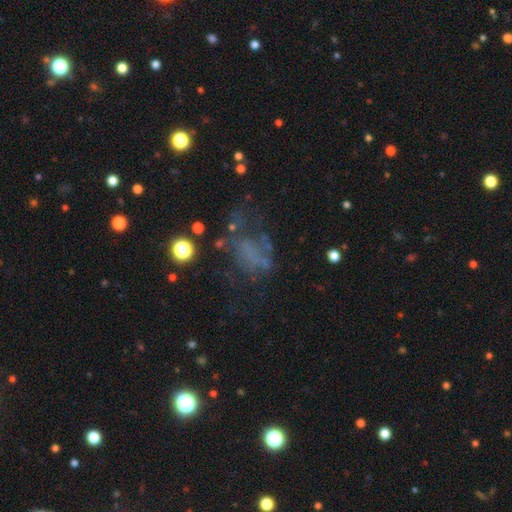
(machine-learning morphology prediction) Overall: featured or disk (41%; smooth 32%). Merging: major disturbance (40%; none 35%).